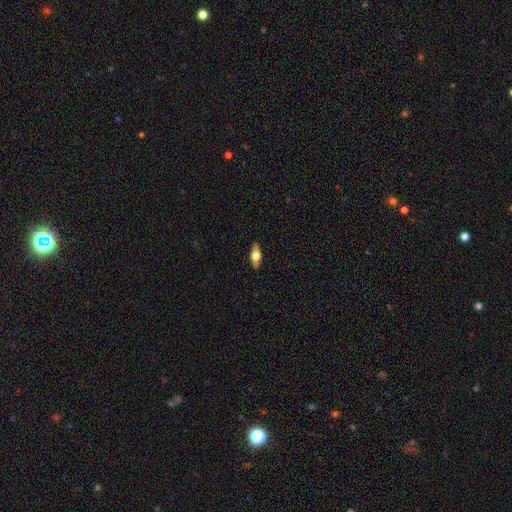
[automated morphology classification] Overall: featured or disk (47%; smooth 46%). Merging: none (89%).